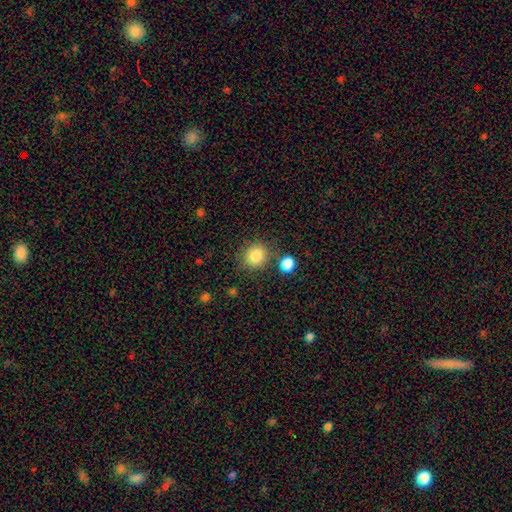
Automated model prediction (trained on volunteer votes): Smooth or featured? Predicted: smooth (p=0.85). How rounded? Predicted: round (p=0.85). Merging? Predicted: none (p=0.78).